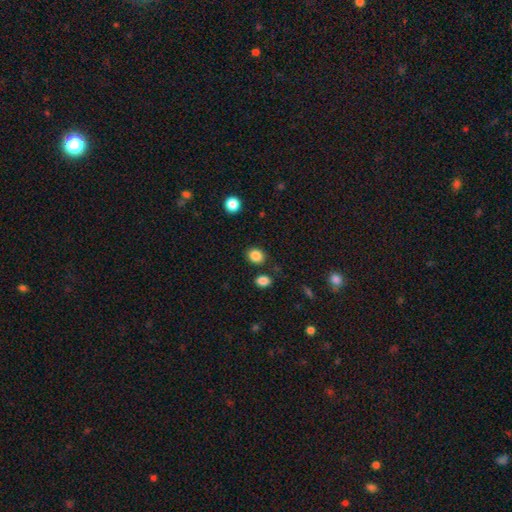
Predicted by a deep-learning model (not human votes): This is clearly a smooth galaxy (86%). How rounded: possibly round (57%). Merging: clearly none (82%).